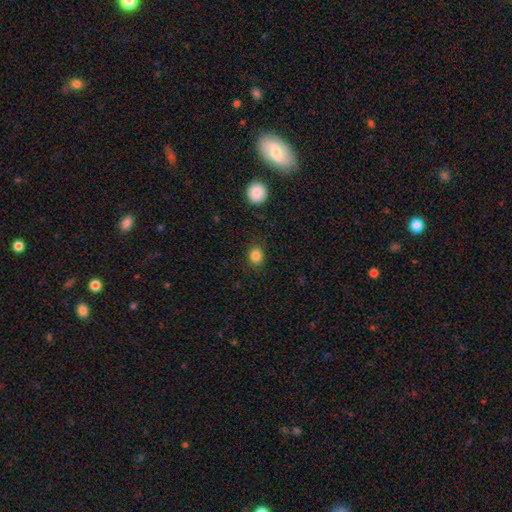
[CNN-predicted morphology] Smooth or featured? smooth (84%)
How rounded? round (61%)
Merging? none (86%)